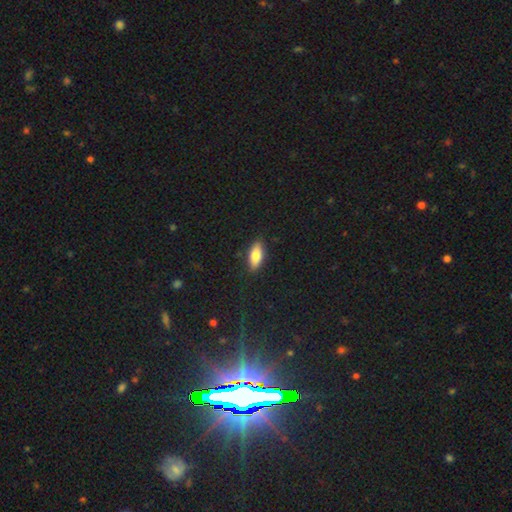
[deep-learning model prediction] The model was most divided on "how rounded": in between: 79%, cigar-shaped: 18%, round: 2%. More confident: merging — none (87%); smooth or featured — smooth (81%).